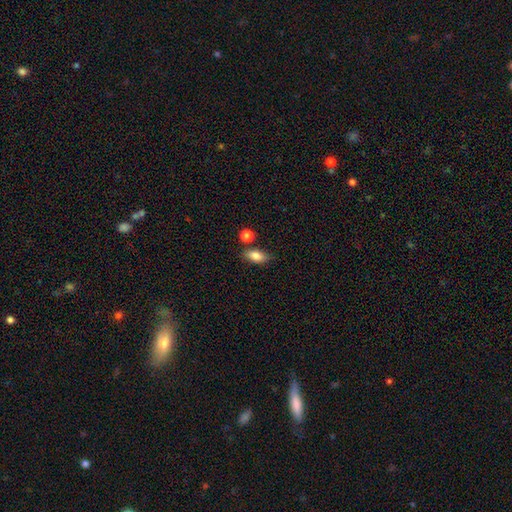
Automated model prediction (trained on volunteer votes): smooth-or-featured: smooth: 82% | featured or disk: 10% | star or artifact: 8%
  how-rounded: in between: 84% | cigar-shaped: 9% | round: 7%
  merging: none: 76% | minor disturbance: 12% | merger: 8% | major disturbance: 3%